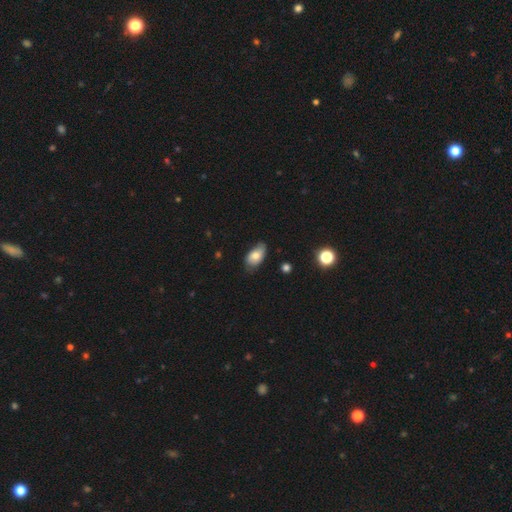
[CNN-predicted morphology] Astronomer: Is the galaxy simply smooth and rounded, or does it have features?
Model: smooth — 71%.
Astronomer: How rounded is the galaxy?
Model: in between — 92%.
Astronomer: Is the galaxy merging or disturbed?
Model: none — 62%.